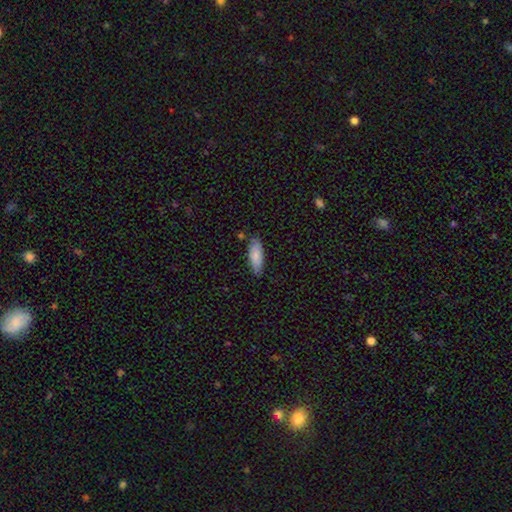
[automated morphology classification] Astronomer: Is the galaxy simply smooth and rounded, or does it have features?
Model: smooth — 85%.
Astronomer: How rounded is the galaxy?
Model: in between — 65%.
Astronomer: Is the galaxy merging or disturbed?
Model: none — 81%.